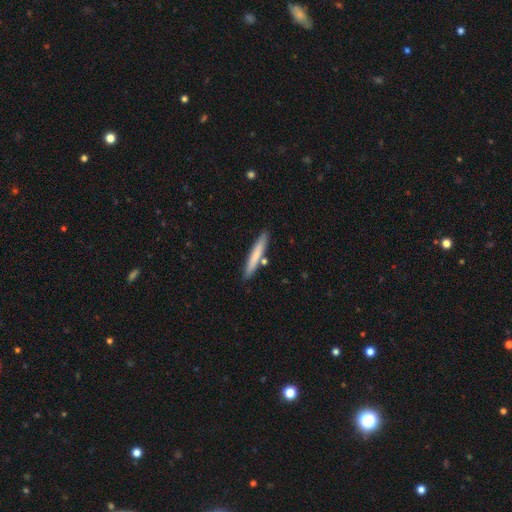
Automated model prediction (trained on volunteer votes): Q: Smooth or featured?
A: smooth (72%); runner-up: featured or disk (22%)
Q: How rounded?
A: cigar-shaped (94%); runner-up: in between (5%)
Q: Merging?
A: none (84%); runner-up: minor disturbance (9%)